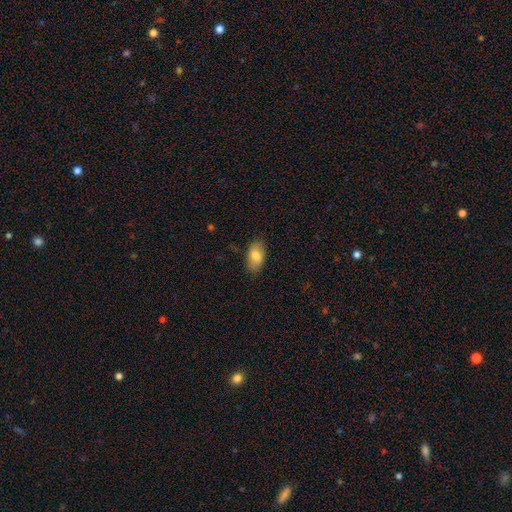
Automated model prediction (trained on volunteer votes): Smooth or featured? Predicted: smooth (p=0.80). How rounded? Predicted: in between (p=0.93). Merging? Predicted: none (p=0.83).